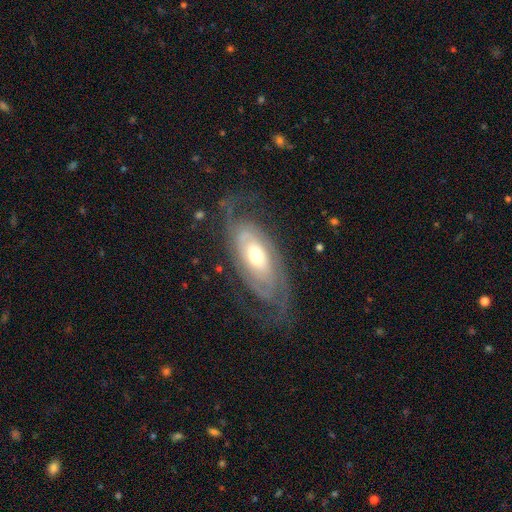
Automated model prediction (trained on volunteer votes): smooth_or_featured: featured or disk (p=0.80) [alt: smooth p=0.15]
disk_edge_on: no (p=0.91) [alt: yes p=0.09]
bar: no (p=0.74) [alt: weak p=0.19]
has_spiral_arms: yes (p=0.85) [alt: no p=0.15]
spiral_winding: tight (p=0.56) [alt: medium p=0.28]
spiral_arm_count: 2 (p=0.42) [alt: can't tell p=0.34]
bulge_size: moderate (p=0.68) [alt: small p=0.16]
merging: none (p=0.66) [alt: minor disturbance p=0.17]